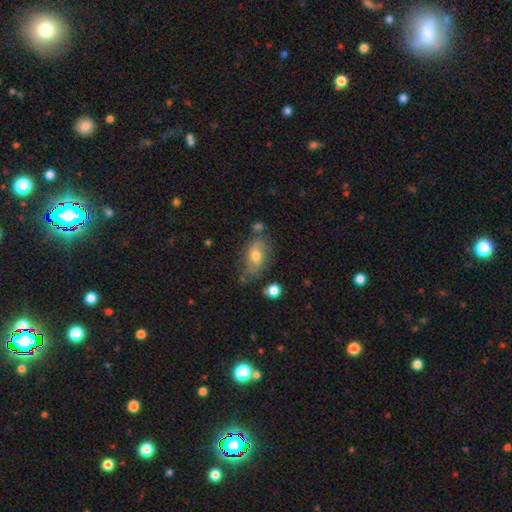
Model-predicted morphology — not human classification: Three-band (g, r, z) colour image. It shows a smooth galaxy with no disk features (57%) that is in between round and cigar-shaped (85%). Merging: none (62%).